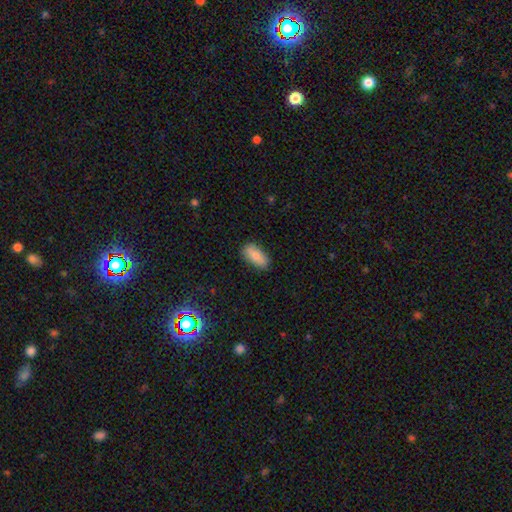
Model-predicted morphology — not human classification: The model was most divided on "smooth or featured": smooth: 80%, featured or disk: 13%, star or artifact: 7%. More confident: how rounded — in between (89%); merging — none (82%).